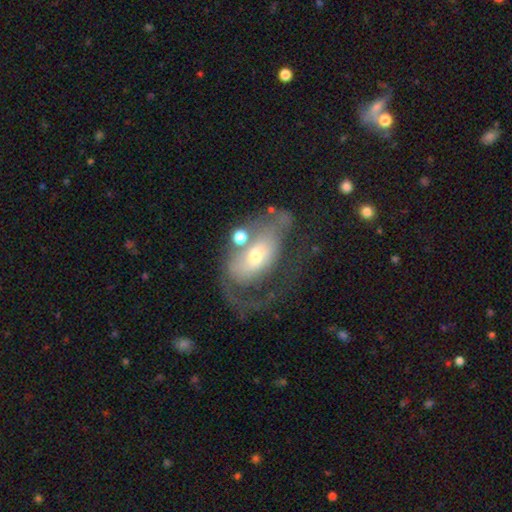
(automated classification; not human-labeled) Overall: featured or disk (60%; smooth 32%). Edge-on disk: no (93%). Bar: no (65%; weak 25%). Spiral arms: yes (62%; no 38%). Bulge size: moderate (46%; small 44%). Merging: major disturbance (47%; none 25%).